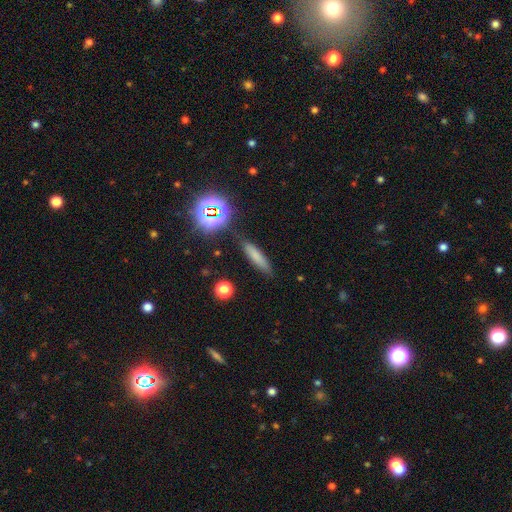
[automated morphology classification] A smooth galaxy with no disk features (71%) that is cigar-shaped (82%).

Vote fractions:
- Smooth or featured? smooth: 71% / featured or disk: 14% / star or artifact: 14%
- How rounded? cigar-shaped: 82% / in between: 15% / round: 3%
- Merging? none: 82% / minor disturbance: 11% / merger: 3% / major disturbance: 3%